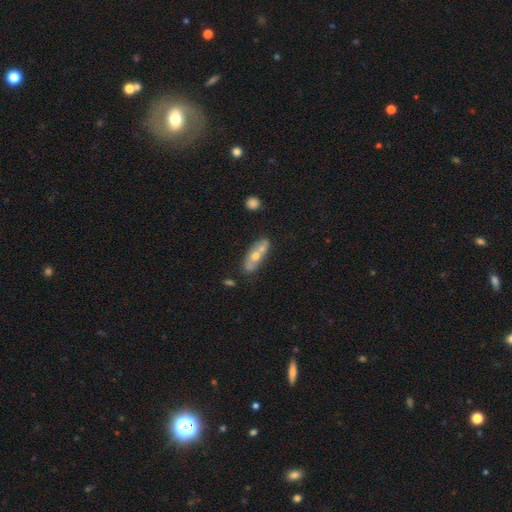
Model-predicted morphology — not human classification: featured or disk 48%, smooth 45%, star or artifact 7%. Down the decision tree: merging — none (63%).